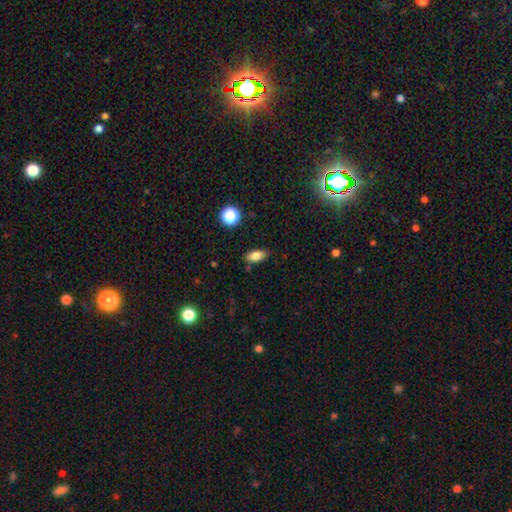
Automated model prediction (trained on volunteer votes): This is clearly a smooth galaxy (82%). How rounded: clearly in between (87%). Merging: clearly none (82%).